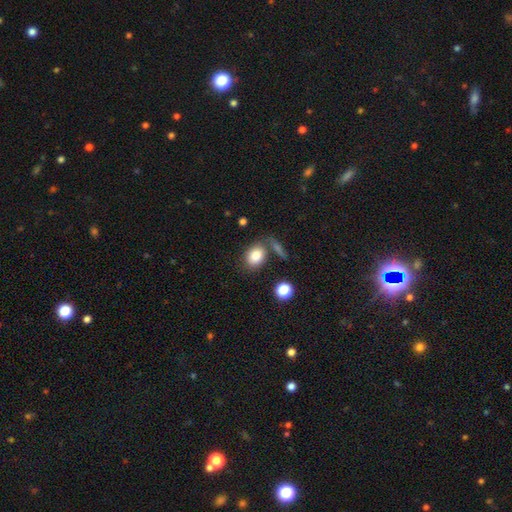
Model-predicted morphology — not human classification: Overall: smooth (81%). How rounded: in between (64%; round 35%). Merging: none (66%).